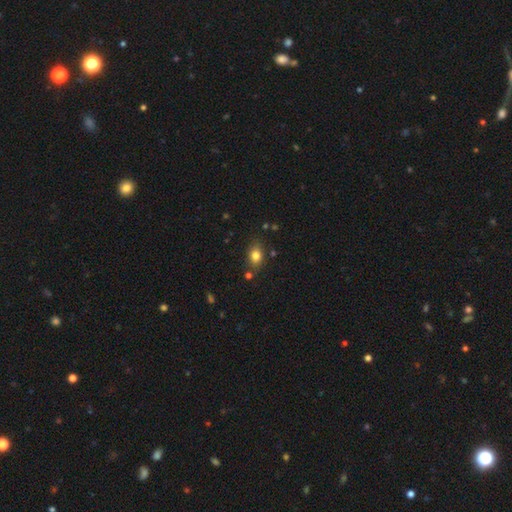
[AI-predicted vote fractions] Smooth or featured?
  - smooth: 81% *
  - star or artifact: 11%
  - featured or disk: 9%
How rounded?
  - in between: 71% *
  - round: 27%
  - cigar-shaped: 2%
Merging?
  - none: 79% *
  - minor disturbance: 13%
  - merger: 5%
  - major disturbance: 3%